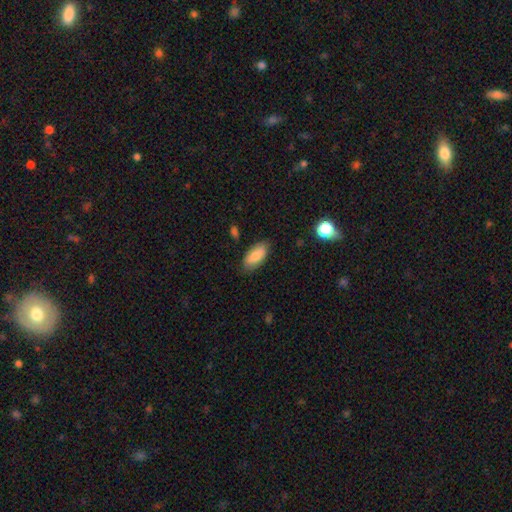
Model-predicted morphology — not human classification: Overall: smooth (83%). How rounded: in between (88%). Merging: none (81%).